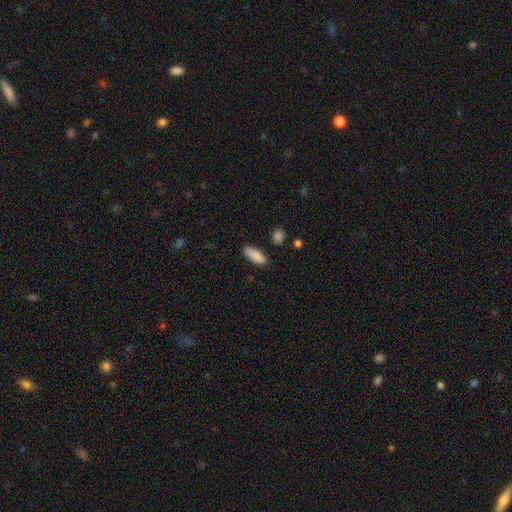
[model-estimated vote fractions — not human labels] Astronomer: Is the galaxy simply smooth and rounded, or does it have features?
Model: smooth — 88%.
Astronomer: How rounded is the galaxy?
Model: in between — 76%.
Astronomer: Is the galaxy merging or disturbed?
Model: none — 81%.